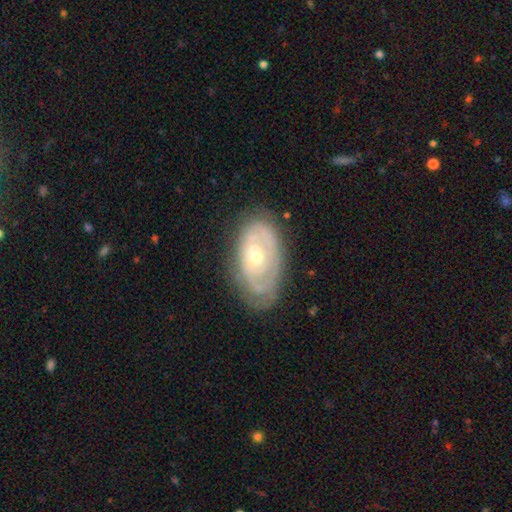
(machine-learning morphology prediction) type=featured or disk (72%); edge-on=no (94%); bar=no (79%); spiral arms=yes (69%); bulge=small (53%); merging=none (67%).